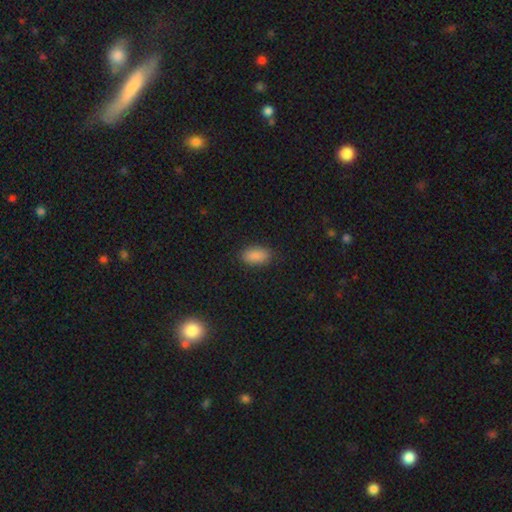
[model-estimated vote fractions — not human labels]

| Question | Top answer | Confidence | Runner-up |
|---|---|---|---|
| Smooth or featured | smooth | 88% | star or artifact (8%) |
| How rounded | in between | 93% | round (4%) |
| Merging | none | 84% | minor disturbance (11%) |